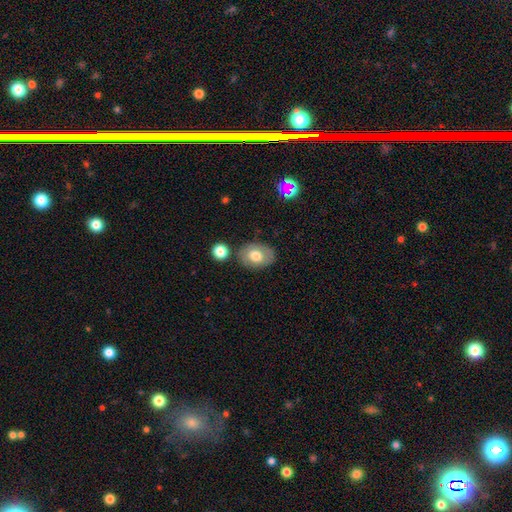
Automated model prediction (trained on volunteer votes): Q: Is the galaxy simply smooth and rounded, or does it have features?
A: smooth — 70%.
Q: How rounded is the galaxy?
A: in between — 75%.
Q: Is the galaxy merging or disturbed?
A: none — 76%.